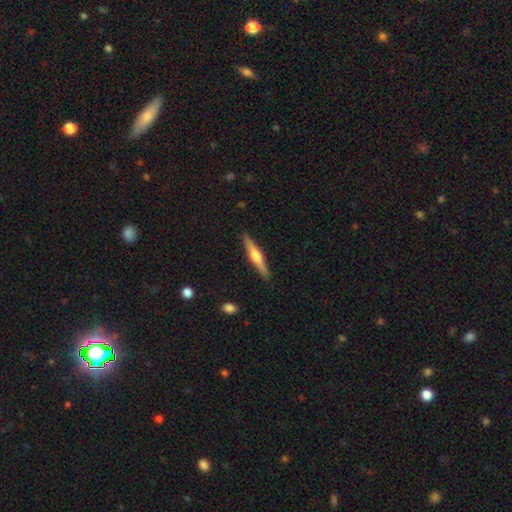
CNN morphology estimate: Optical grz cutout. It shows a featured or disk galaxy (66%) viewed edge-on (97%) with a rounded central bulge (92%). Merging: none (90%).